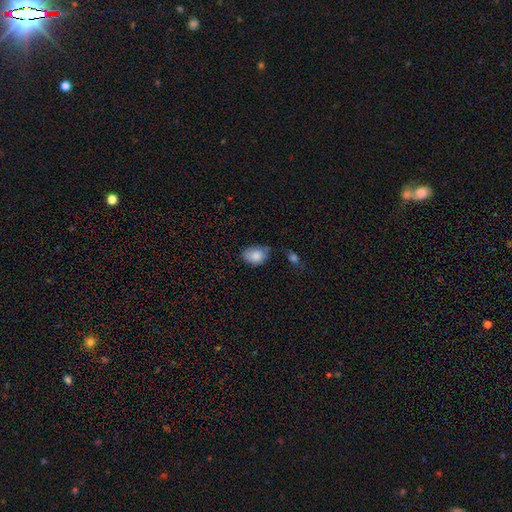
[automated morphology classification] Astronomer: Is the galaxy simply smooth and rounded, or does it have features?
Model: smooth — 84%.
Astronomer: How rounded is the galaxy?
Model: in between — 70%.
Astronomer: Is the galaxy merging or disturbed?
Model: none — 46% (runner-up: minor disturbance, 36%).